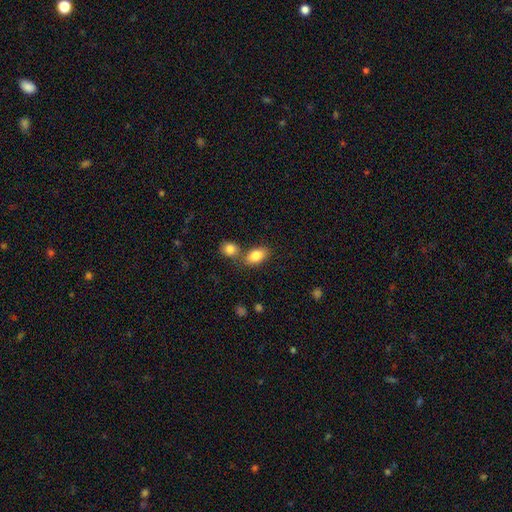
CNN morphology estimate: Smooth or featured? Predicted: smooth (p=0.83). How rounded? Predicted: in between (p=0.88). Merging? Predicted: none (p=0.56).